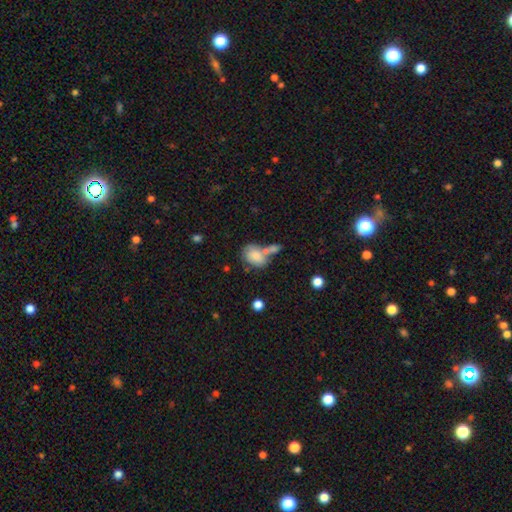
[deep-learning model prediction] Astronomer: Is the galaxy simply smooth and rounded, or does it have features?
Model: smooth — 79%.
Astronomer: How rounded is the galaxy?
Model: in between — 78%.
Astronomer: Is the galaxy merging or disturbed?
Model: merger — 41% (runner-up: none, 35%).